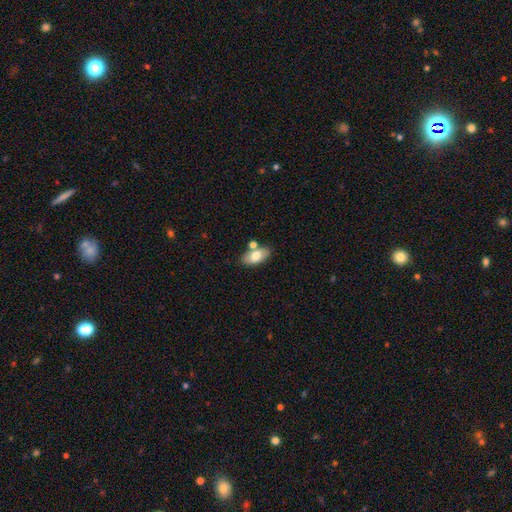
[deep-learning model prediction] The model was most divided on "merging": none: 68%, merger: 17%, minor disturbance: 12%, major disturbance: 3%. More confident: how rounded — in between (92%); smooth or featured — smooth (75%).